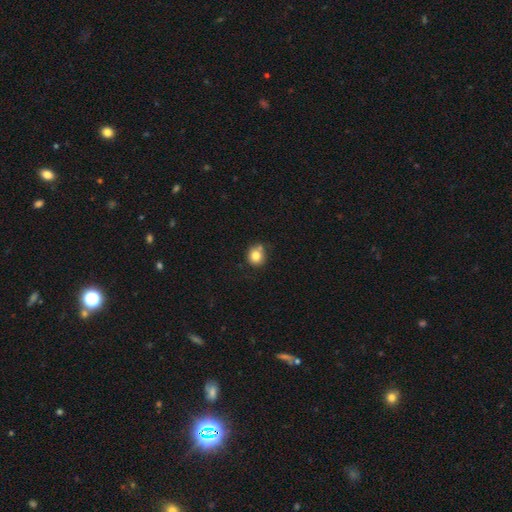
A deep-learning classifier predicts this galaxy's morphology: smooth 80%, star or artifact 11%, featured or disk 9%. Down the decision tree: how rounded — round (85%); merging — none (66%).